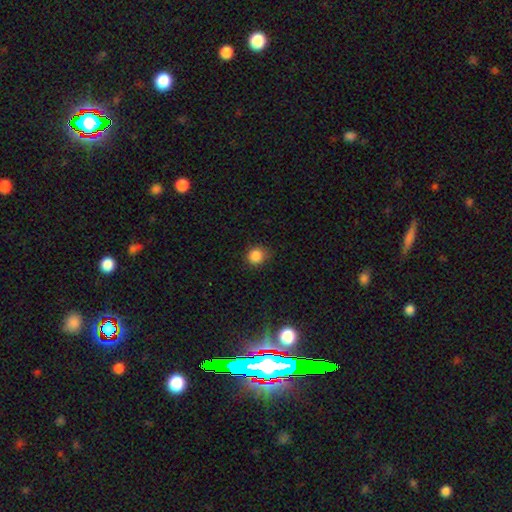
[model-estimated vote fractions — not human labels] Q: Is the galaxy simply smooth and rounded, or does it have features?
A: smooth — 85%.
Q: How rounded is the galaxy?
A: round — 87%.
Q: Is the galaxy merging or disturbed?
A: none — 85%.